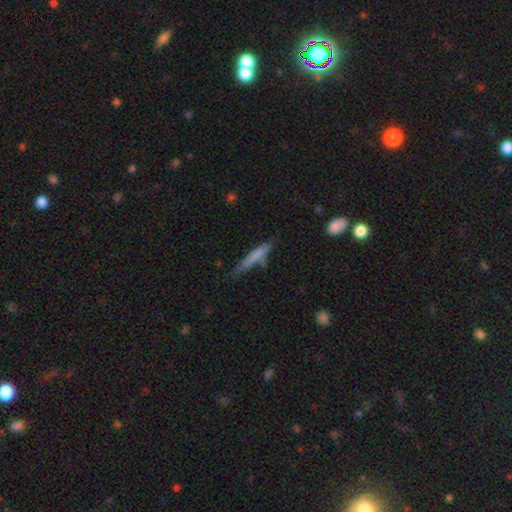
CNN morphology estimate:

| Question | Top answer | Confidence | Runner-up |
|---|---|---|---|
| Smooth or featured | smooth | 71% | featured or disk (22%) |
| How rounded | cigar-shaped | 91% | in between (8%) |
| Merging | none | 61% | minor disturbance (26%) |